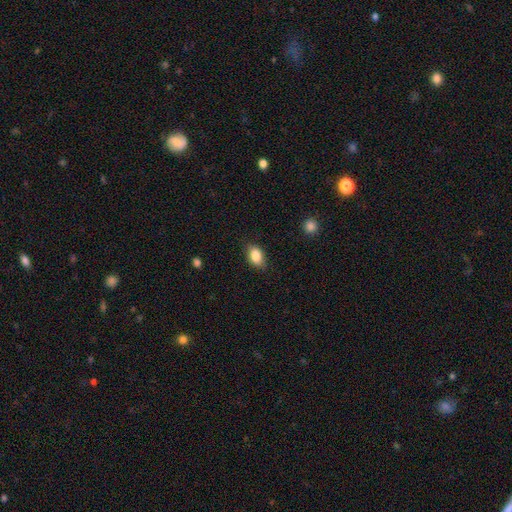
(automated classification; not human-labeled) A smooth galaxy with no disk features (86%) that is in between round and cigar-shaped (87%). Merging: none (82%).